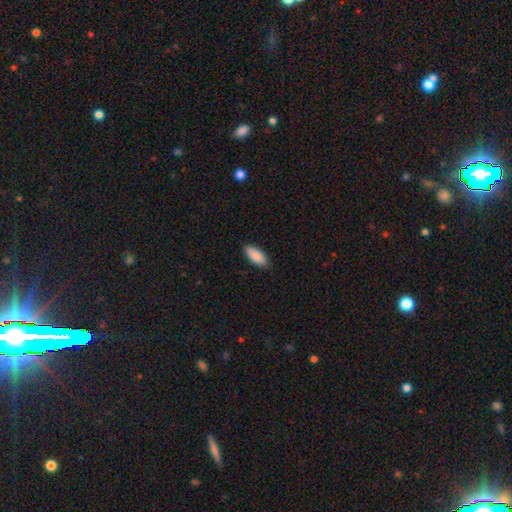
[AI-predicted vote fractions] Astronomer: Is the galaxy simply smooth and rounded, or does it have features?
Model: smooth — 90%.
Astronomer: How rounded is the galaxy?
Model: in between — 86%.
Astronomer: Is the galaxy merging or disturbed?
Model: none — 86%.